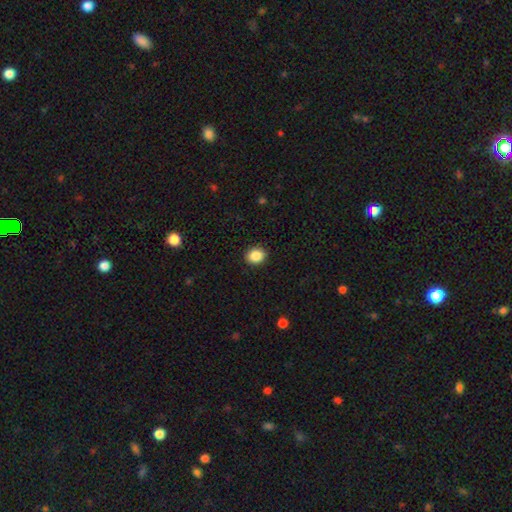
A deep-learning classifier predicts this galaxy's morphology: This is clearly a smooth galaxy (88%). How rounded: likely round (61%). Merging: clearly none (89%).